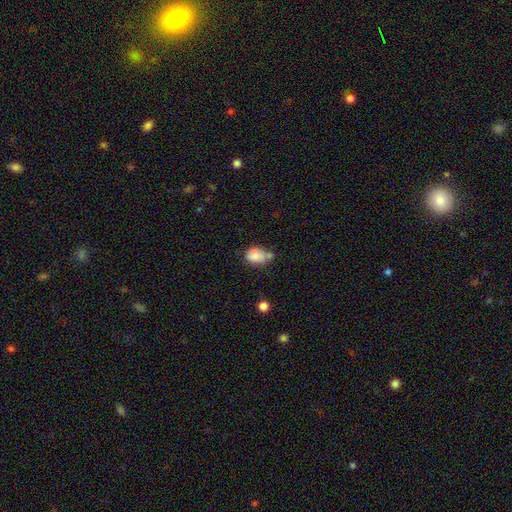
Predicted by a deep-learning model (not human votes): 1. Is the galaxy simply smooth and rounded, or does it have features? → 77% smooth, 13% featured or disk, 9% star or artifact.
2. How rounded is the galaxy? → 69% in between, 30% round, 1% cigar-shaped.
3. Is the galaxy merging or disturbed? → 35% none, 30% minor disturbance, 25% merger, 10% major disturbance.